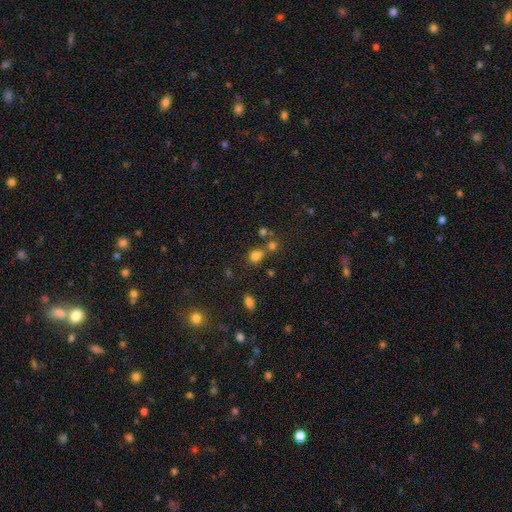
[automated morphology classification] Overall: smooth (73%). How rounded: round (69%; in between 30%). Merging: none (52%; merger 31%).